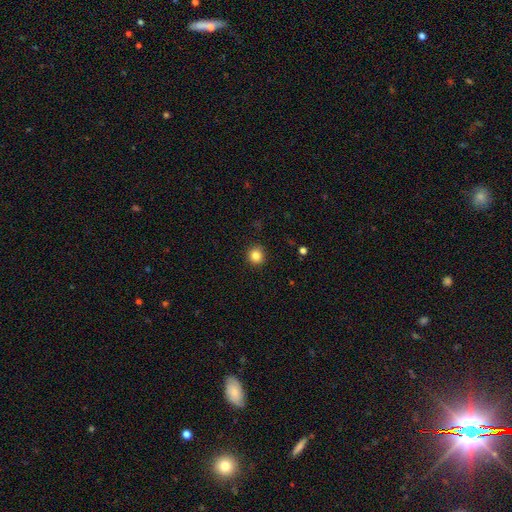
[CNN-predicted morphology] smooth 84%, star or artifact 11%, featured or disk 5%. Down the decision tree: how rounded — round (92%); merging — none (91%).